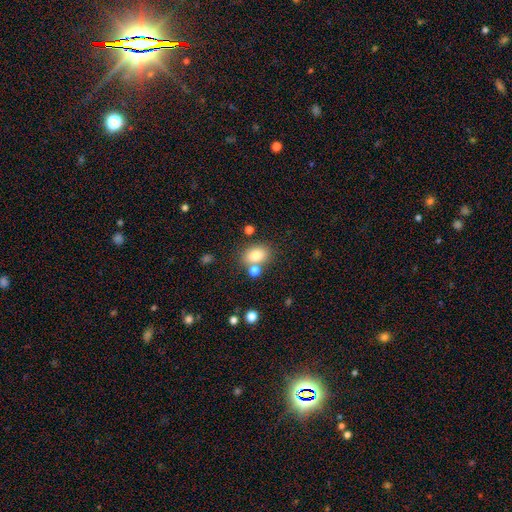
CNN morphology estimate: A smooth galaxy with no disk features (79%) that is in between round and cigar-shaped (66%). Merging: none (68%).